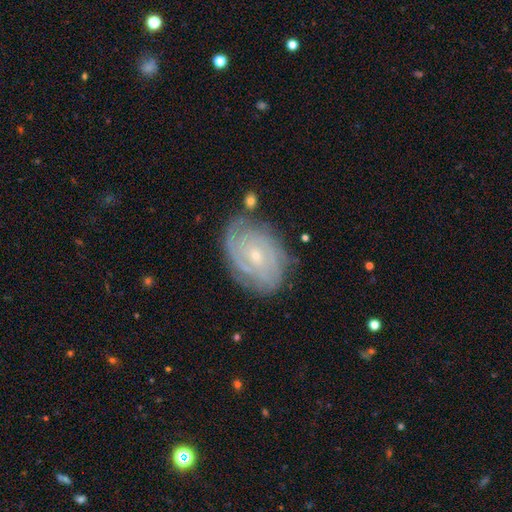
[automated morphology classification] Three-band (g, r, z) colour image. It shows a featured or disk galaxy (85%) with no bar (69%), tight (81%) spiral arms (96%) and a small central bulge (76%). Merging: none (76%).